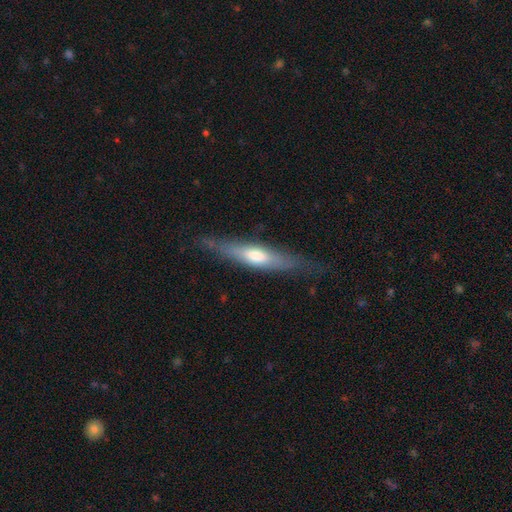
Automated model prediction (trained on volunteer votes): A featured or disk galaxy (54%) viewed edge-on (84%).

Vote fractions:
- Smooth or featured? featured or disk: 54% / smooth: 40% / star or artifact: 6%
- Edge-on disk? yes: 84% / no: 16%
- Merging? none: 77% / minor disturbance: 17% / major disturbance: 5% / merger: 1%